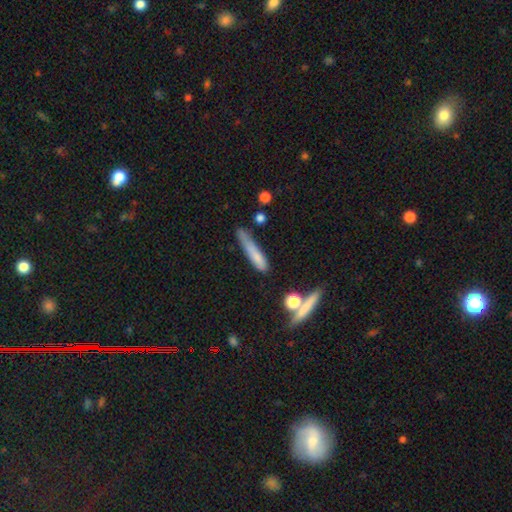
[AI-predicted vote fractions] Smooth or featured: smooth — 71% (featured or disk — 20%)
How rounded: cigar-shaped — 88% (in between — 10%)
Merging: none — 53% (minor disturbance — 28%)